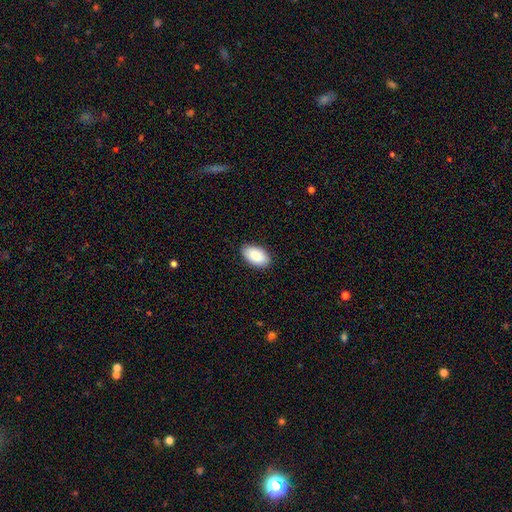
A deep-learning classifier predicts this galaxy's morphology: type=smooth (88%); roundness=in between (95%); merging=none (87%).